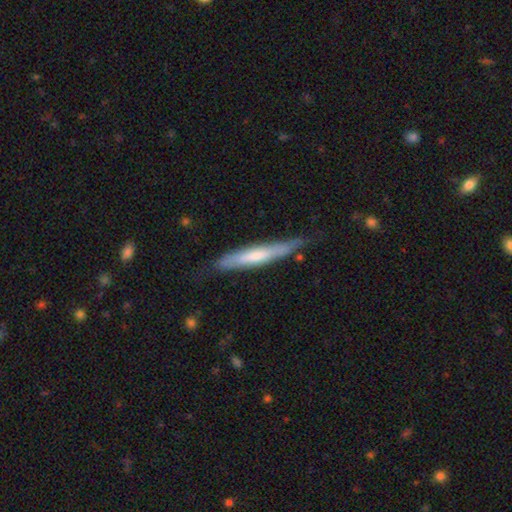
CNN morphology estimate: This is possibly a smooth galaxy (53%). How rounded: clearly cigar-shaped (93%). Merging: likely none (70%).